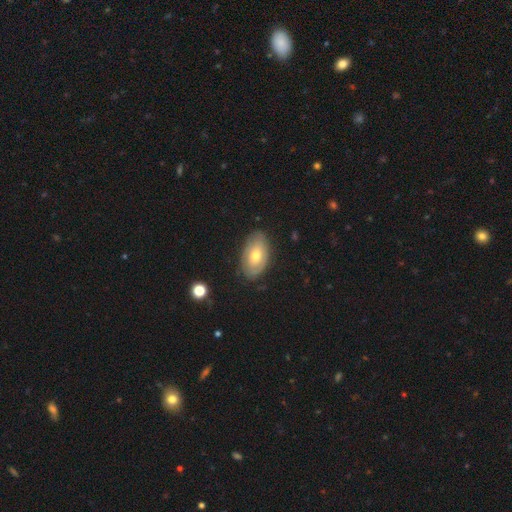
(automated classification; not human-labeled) The model was most divided on "smooth or featured": smooth: 54%, featured or disk: 39%, star or artifact: 7%. More confident: how rounded — in between (92%); merging — none (79%).